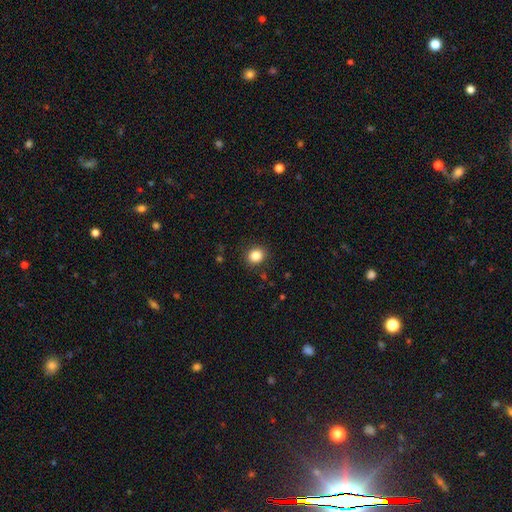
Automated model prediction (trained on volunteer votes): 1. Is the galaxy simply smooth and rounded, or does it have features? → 84% smooth, 11% star or artifact, 5% featured or disk.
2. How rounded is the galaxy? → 80% round, 19% in between, 1% cigar-shaped.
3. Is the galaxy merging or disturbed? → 90% none, 7% minor disturbance, 2% major disturbance, 1% merger.